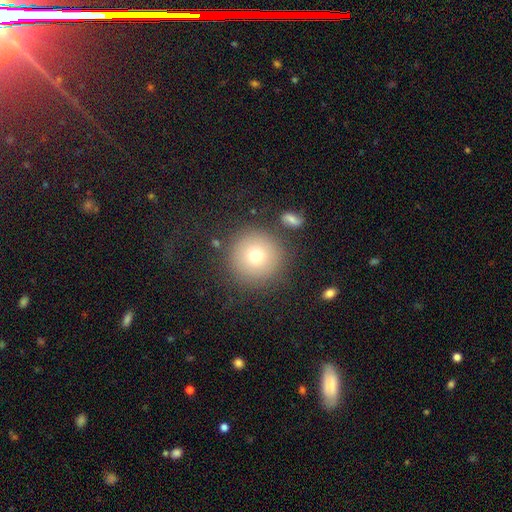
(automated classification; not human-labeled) Overall: smooth (72%). How rounded: round (95%). Merging: none (83%).